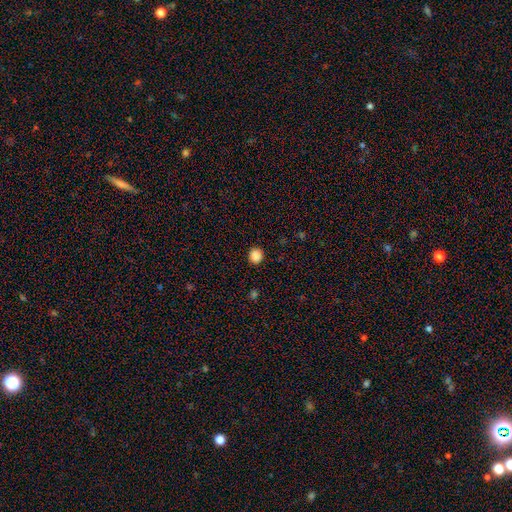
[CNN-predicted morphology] Q: Smooth or featured?
A: smooth (87%); runner-up: star or artifact (10%)
Q: How rounded?
A: round (87%); runner-up: in between (12%)
Q: Merging?
A: none (91%); runner-up: minor disturbance (6%)